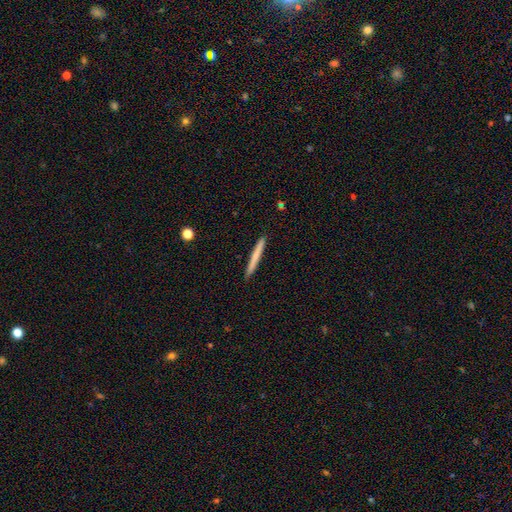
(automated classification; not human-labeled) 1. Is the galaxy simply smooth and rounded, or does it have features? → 67% smooth, 27% featured or disk, 5% star or artifact.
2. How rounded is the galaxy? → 97% cigar-shaped, 2% in between, 1% round.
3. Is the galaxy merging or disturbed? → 92% none, 6% minor disturbance, 1% major disturbance, 1% merger.